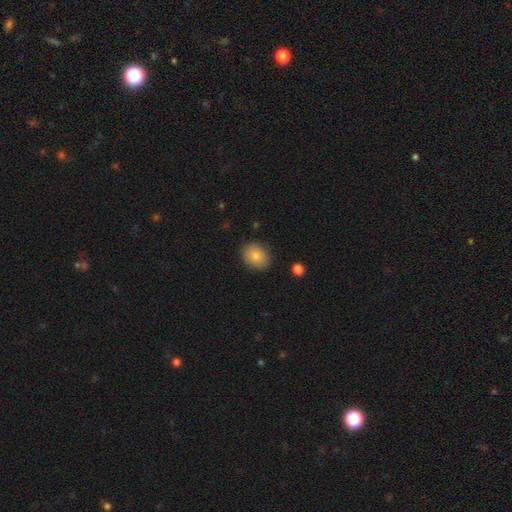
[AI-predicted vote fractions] smooth_or_featured: smooth (p=0.81) [alt: featured or disk p=0.10]
how_rounded: in between (p=0.57) [alt: round p=0.42]
merging: none (p=0.86) [alt: minor disturbance p=0.11]